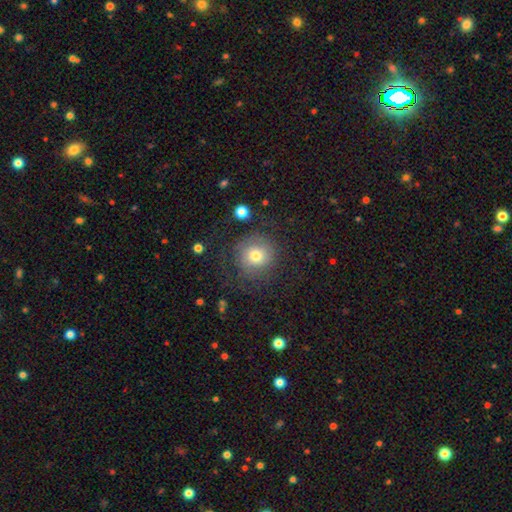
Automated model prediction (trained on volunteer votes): A smooth galaxy with no disk features (65%) that is round (91%).

Vote fractions:
- Smooth or featured? smooth: 65% / featured or disk: 23% / star or artifact: 12%
- How rounded? round: 91% / in between: 8% / cigar-shaped: 1%
- Merging? none: 68% / minor disturbance: 15% / major disturbance: 14% / merger: 2%